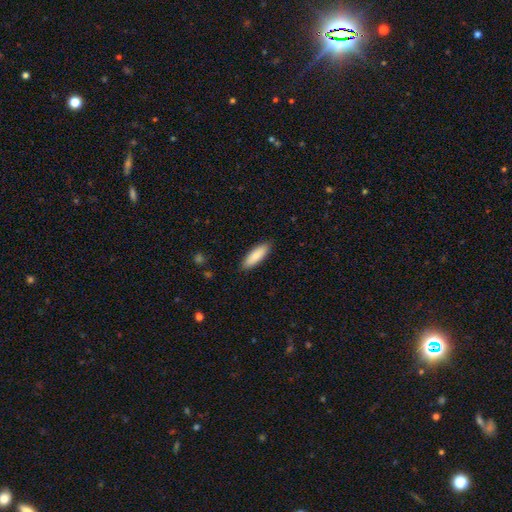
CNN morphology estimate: smooth-or-featured: smooth: 86% | featured or disk: 8% | star or artifact: 5%
  how-rounded: in between: 50% | cigar-shaped: 48% | round: 1%
  merging: none: 89% | minor disturbance: 8% | major disturbance: 2% | merger: 1%